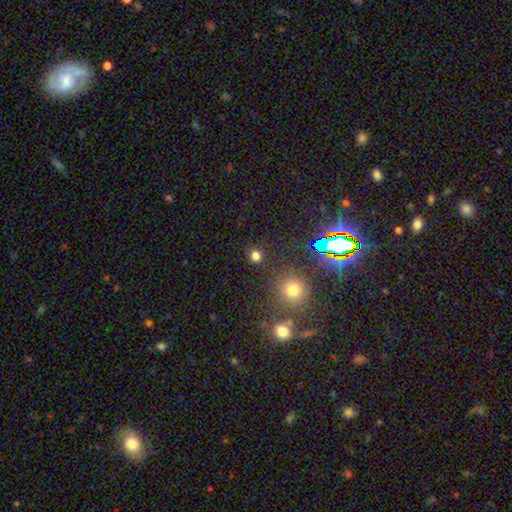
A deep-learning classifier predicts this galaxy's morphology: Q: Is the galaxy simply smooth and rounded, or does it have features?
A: smooth — 74%.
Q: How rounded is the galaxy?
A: round — 90%.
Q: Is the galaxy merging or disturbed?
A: none — 88%.